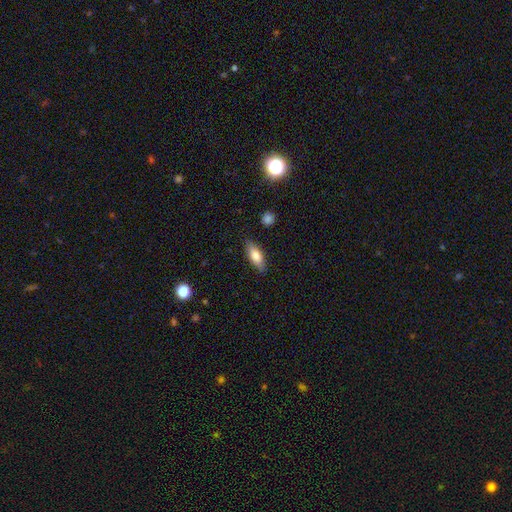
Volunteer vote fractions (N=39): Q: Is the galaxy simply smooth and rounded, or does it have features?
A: smooth — 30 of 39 (77%).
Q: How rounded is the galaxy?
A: in between — 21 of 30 (70%).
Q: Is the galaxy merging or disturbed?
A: none — 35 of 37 (95%).